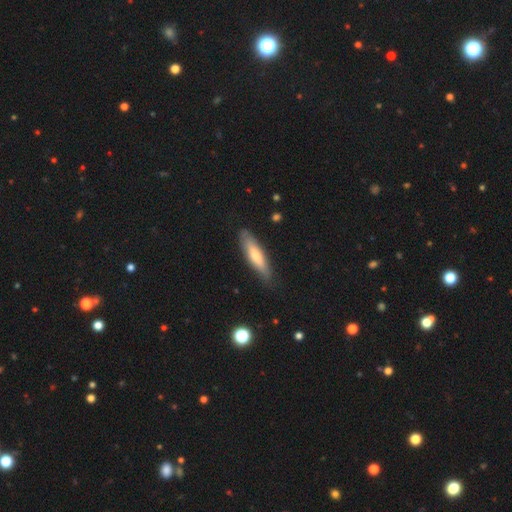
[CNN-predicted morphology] Smooth or featured: smooth — 68% (featured or disk — 27%)
How rounded: cigar-shaped — 72% (in between — 27%)
Merging: none — 82% (minor disturbance — 14%)